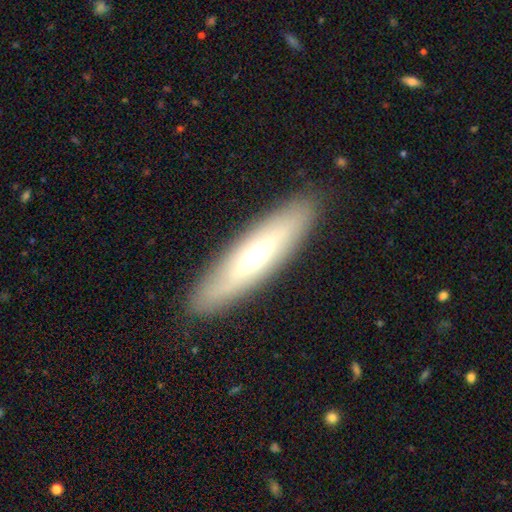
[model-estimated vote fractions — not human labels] smooth-or-featured: featured or disk: 50% | smooth: 43% | star or artifact: 7%
  disk-edge-on: yes: 57% | no: 43%
  merging: none: 88% | minor disturbance: 9% | major disturbance: 3% | merger: 1%